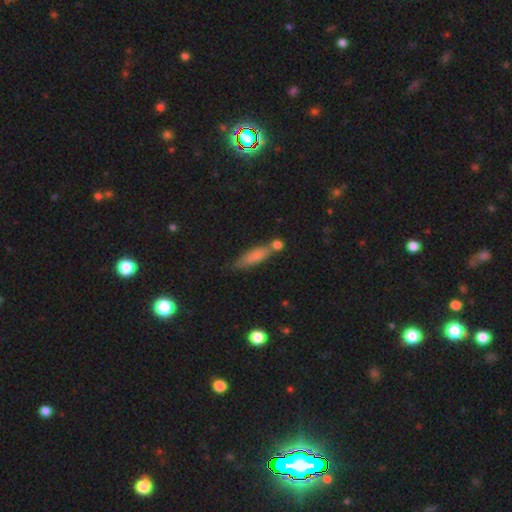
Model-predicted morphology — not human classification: This is likely a smooth galaxy (75%). How rounded: likely cigar-shaped (65%). Merging: likely none (60%).